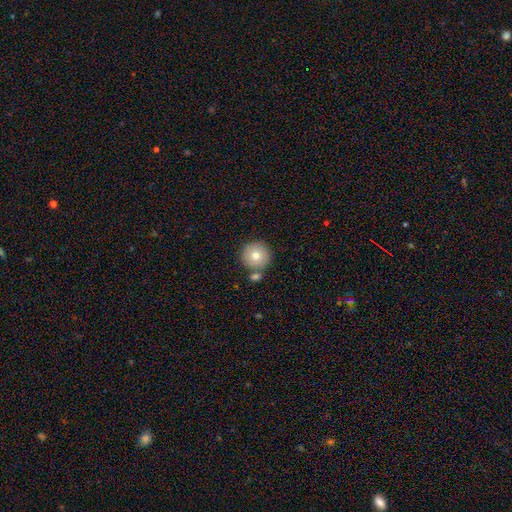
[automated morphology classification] Overall: smooth (79%). How rounded: round (96%). Merging: none (75%).